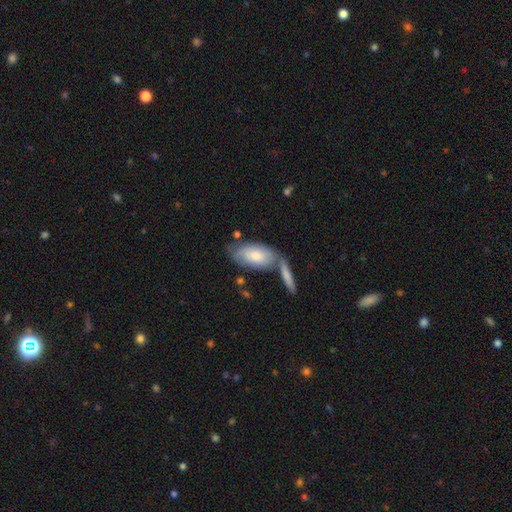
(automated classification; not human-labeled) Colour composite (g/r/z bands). It shows a smooth galaxy with no disk features (71%) that is in between round and cigar-shaped (90%). Merging: none (49%).